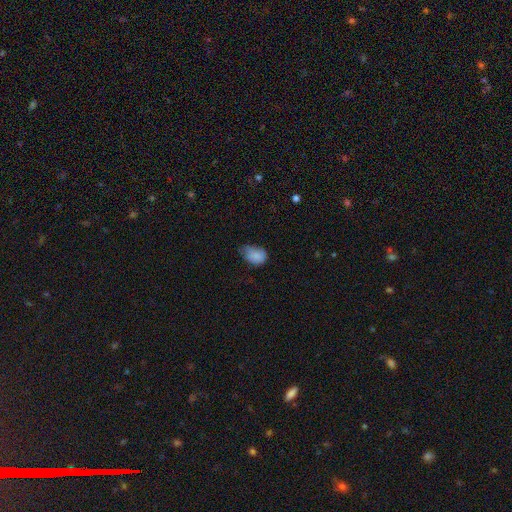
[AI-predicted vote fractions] The model was most divided on "merging": minor disturbance: 46%, none: 36%, major disturbance: 17%, merger: 2%. More confident: smooth or featured — smooth (81%); how rounded — in between (78%).